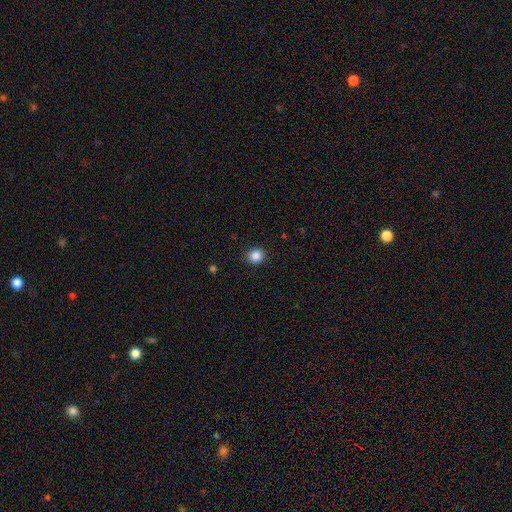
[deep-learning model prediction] smooth-or-featured: smooth: 87% | star or artifact: 10% | featured or disk: 3%
  how-rounded: round: 85% | in between: 14% | cigar-shaped: 1%
  merging: none: 91% | minor disturbance: 6% | major disturbance: 2% | merger: 1%